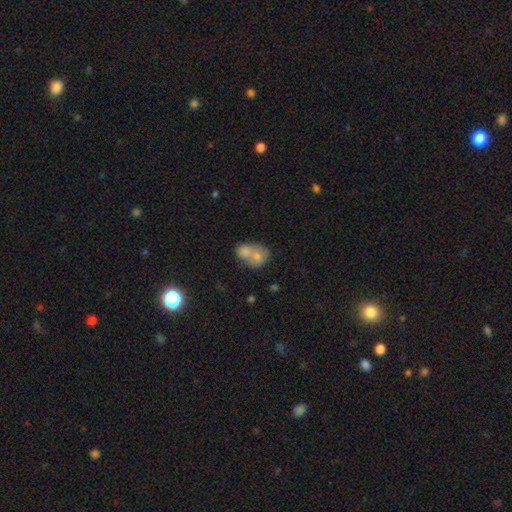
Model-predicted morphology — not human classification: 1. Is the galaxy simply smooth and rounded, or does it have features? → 73% smooth, 19% featured or disk, 8% star or artifact.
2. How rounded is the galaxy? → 55% in between, 44% round, 1% cigar-shaped.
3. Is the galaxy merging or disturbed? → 70% merger, 19% none, 7% minor disturbance, 4% major disturbance.